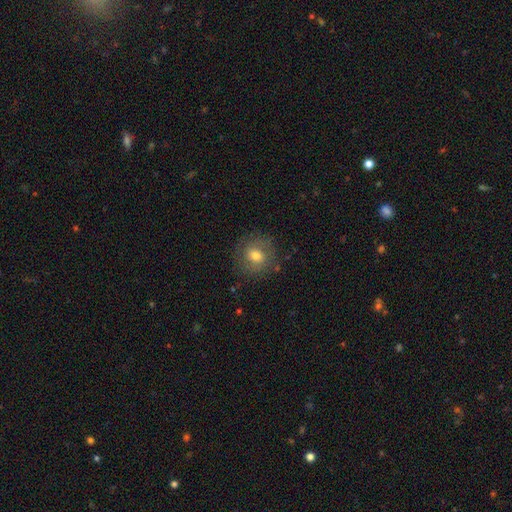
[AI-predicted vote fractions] Smooth or featured? Predicted: smooth (p=0.65). How rounded? Predicted: round (p=0.85). Merging? Predicted: none (p=0.80).